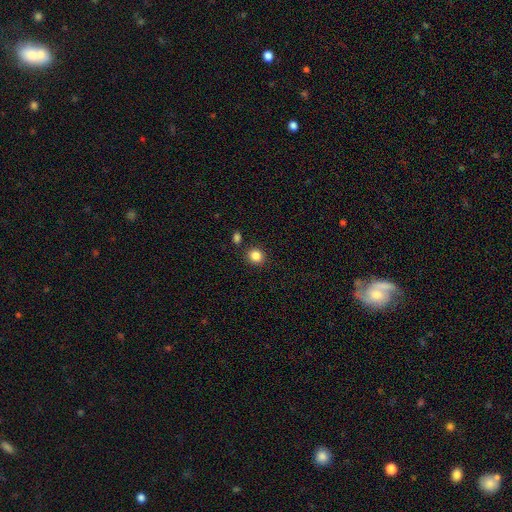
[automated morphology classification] Smooth or featured? Predicted: smooth (p=0.85). How rounded? Predicted: round (p=0.84). Merging? Predicted: none (p=0.86).